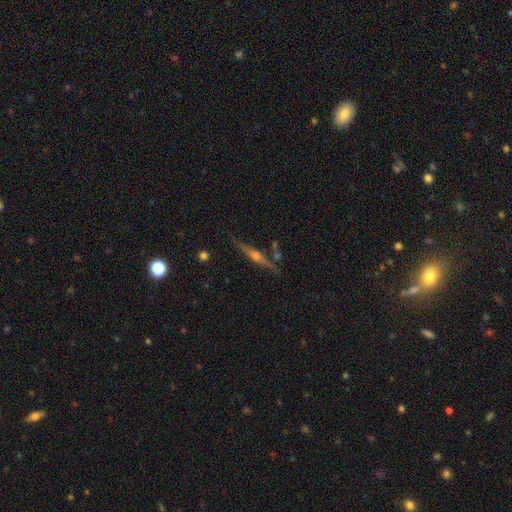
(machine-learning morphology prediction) Q: Smooth or featured?
A: featured or disk (80%); runner-up: smooth (13%)
Q: Edge-on disk?
A: yes (97%); runner-up: no (3%)
Q: Edge-on bulge?
A: rounded (88%); runner-up: boxy (7%)
Q: Merging?
A: none (82%); runner-up: minor disturbance (11%)